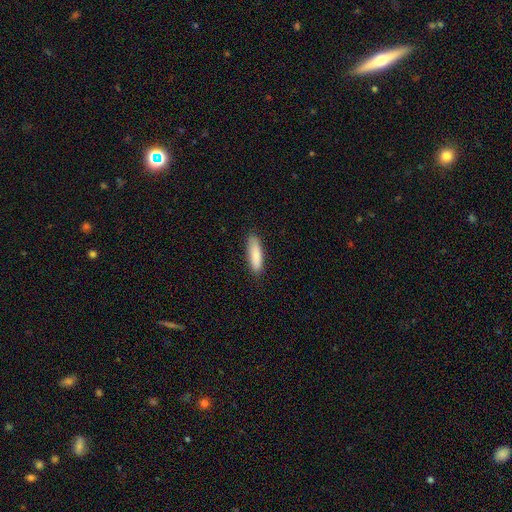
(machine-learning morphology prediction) A smooth galaxy with no disk features (85%) that is cigar-shaped (60%). Merging: none (86%).